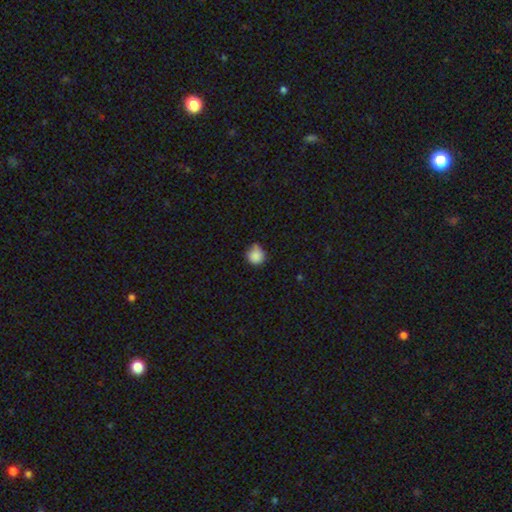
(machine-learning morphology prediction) smooth-or-featured: smooth: 86% | star or artifact: 10% | featured or disk: 4%
  how-rounded: round: 91% | in between: 8% | cigar-shaped: 1%
  merging: none: 64% | minor disturbance: 29% | major disturbance: 4% | merger: 3%